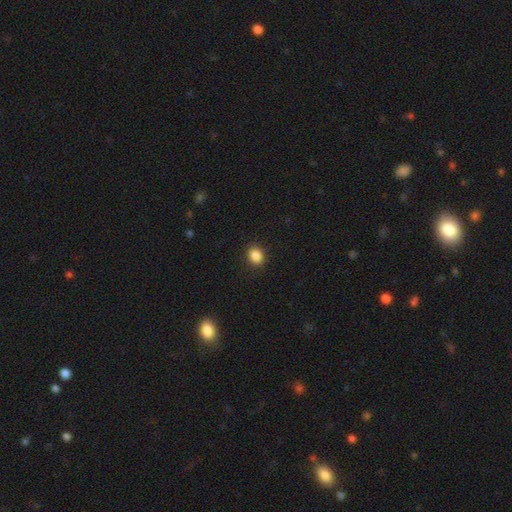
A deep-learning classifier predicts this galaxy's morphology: smooth 87%, star or artifact 10%, featured or disk 3%. Down the decision tree: how rounded — round (54%); merging — none (90%).